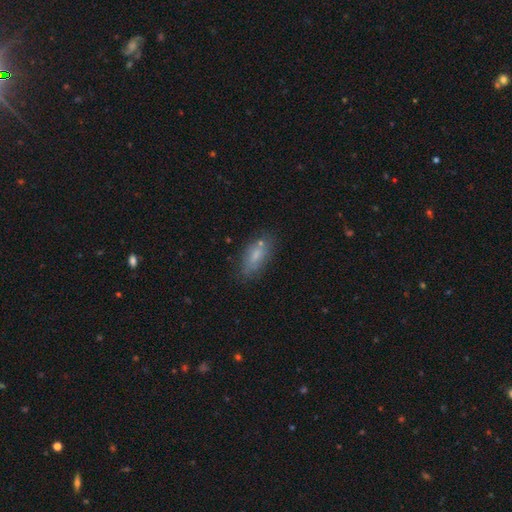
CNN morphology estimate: Overall: smooth (68%). How rounded: in between (81%). Merging: none (67%).